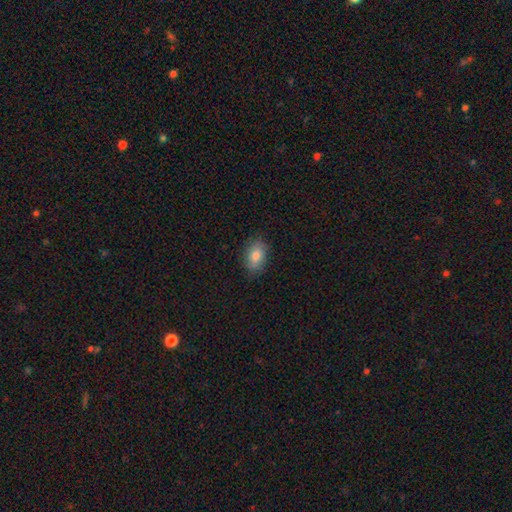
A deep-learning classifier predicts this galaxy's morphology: A smooth galaxy with no disk features (82%) that is in between round and cigar-shaped (85%). Merging: none (83%).